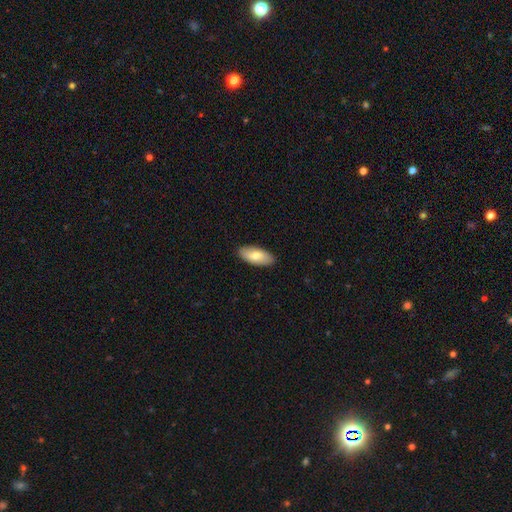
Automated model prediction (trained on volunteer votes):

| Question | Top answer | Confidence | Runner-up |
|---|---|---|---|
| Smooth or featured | smooth | 75% | featured or disk (20%) |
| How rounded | in between | 88% | cigar-shaped (10%) |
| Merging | none | 89% | minor disturbance (9%) |